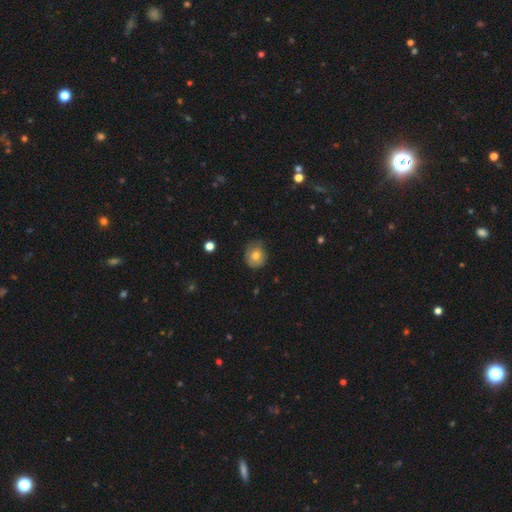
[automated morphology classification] Smooth or featured: smooth — 71% (featured or disk — 20%)
How rounded: round — 71% (in between — 28%)
Merging: none — 64% (minor disturbance — 28%)